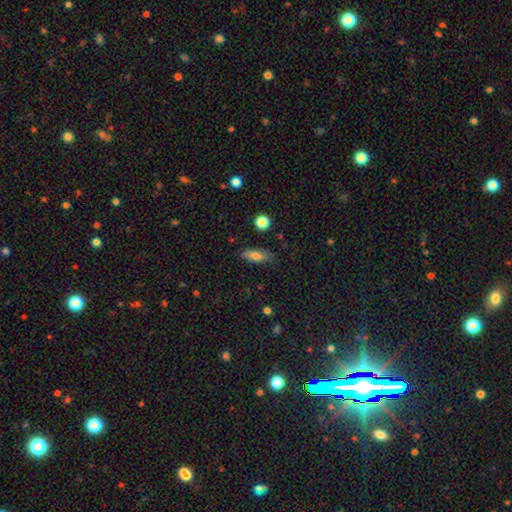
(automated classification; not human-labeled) Smooth or featured?
  - smooth: 75% *
  - featured or disk: 17%
  - star or artifact: 8%
How rounded?
  - in between: 64% *
  - cigar-shaped: 32%
  - round: 4%
Merging?
  - none: 80% *
  - minor disturbance: 15%
  - major disturbance: 3%
  - merger: 2%